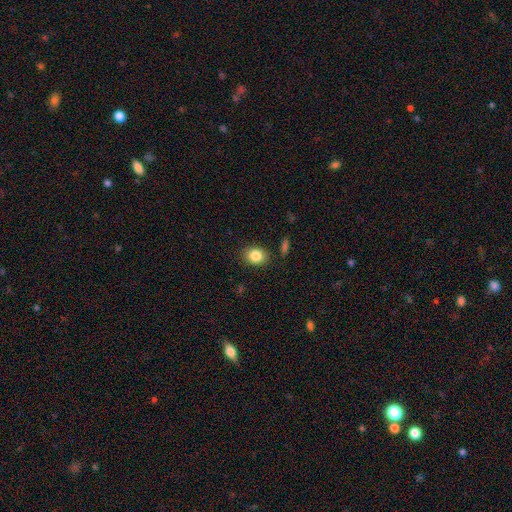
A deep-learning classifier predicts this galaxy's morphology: smooth_or_featured: smooth (p=0.85) [alt: star or artifact p=0.09]
how_rounded: in between (p=0.53) [alt: round p=0.46]
merging: none (p=0.86) [alt: minor disturbance p=0.09]